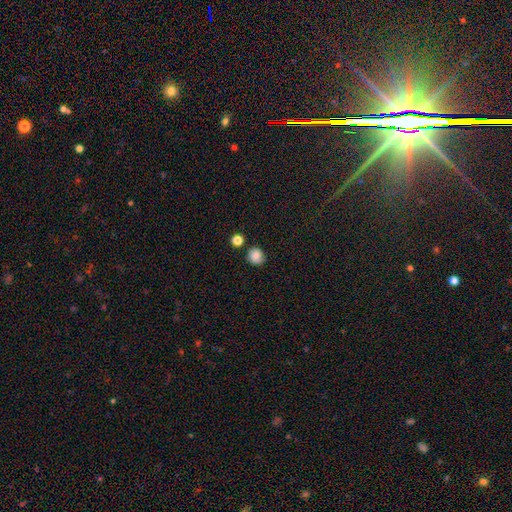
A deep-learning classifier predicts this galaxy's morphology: Q: Smooth or featured?
A: smooth (84%); runner-up: star or artifact (10%)
Q: How rounded?
A: round (85%); runner-up: in between (14%)
Q: Merging?
A: none (81%); runner-up: minor disturbance (12%)